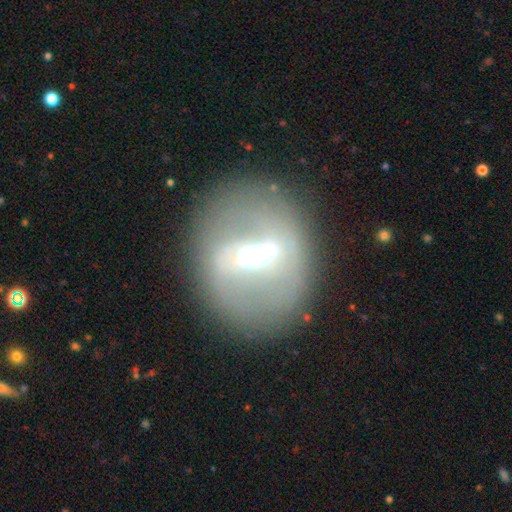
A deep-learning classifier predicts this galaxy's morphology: featured or disk 68%, smooth 22%, star or artifact 10%. Down the decision tree: edge-on disk — no (79%); bar — strong (66%); spiral arms — no (74%); bulge size — moderate (55%); merging — none (75%).